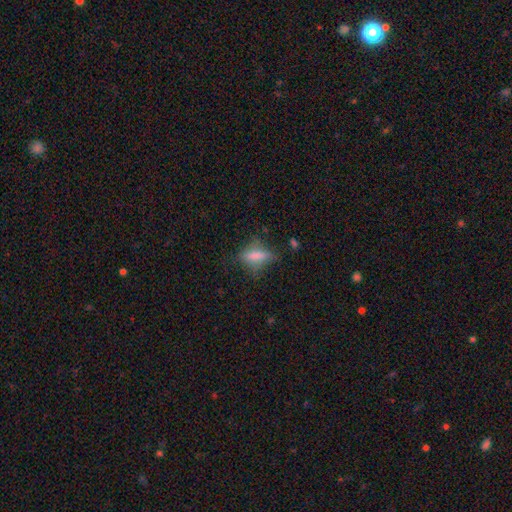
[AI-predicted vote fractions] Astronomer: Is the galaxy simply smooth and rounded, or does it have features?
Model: smooth — 62%.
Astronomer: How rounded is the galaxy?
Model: in between — 63%.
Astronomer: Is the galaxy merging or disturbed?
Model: none — 51% (runner-up: minor disturbance, 27%).